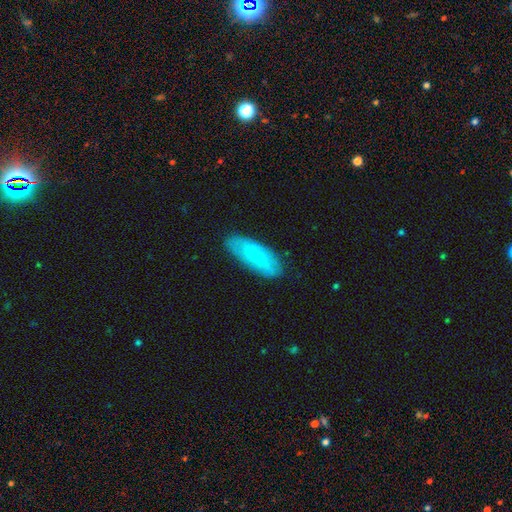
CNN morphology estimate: A smooth galaxy with no disk features (58%) that is in between round and cigar-shaped (70%).

Vote fractions:
- Smooth or featured? smooth: 58% / featured or disk: 35% / star or artifact: 7%
- How rounded? in between: 70% / cigar-shaped: 28% / round: 2%
- Merging? none: 80% / minor disturbance: 16% / major disturbance: 3% / merger: 1%